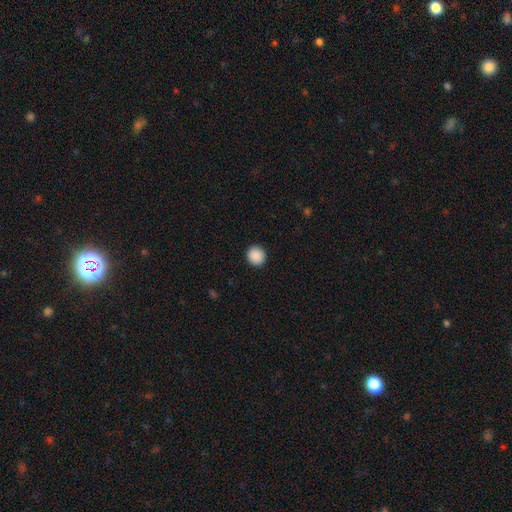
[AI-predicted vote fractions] Smooth or featured?
  - smooth: 90% *
  - star or artifact: 8%
  - featured or disk: 2%
How rounded?
  - round: 92% *
  - in between: 7%
  - cigar-shaped: 1%
Merging?
  - none: 93% *
  - minor disturbance: 5%
  - major disturbance: 2%
  - merger: 1%